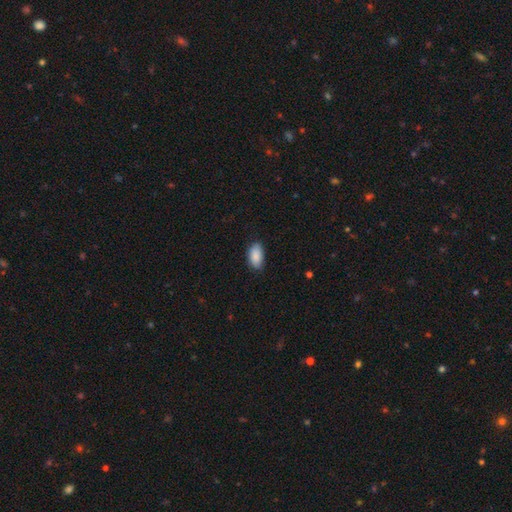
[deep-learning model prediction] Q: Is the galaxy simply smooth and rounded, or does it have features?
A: smooth — 89%.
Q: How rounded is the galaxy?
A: in between — 94%.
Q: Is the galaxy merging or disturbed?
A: none — 76%.